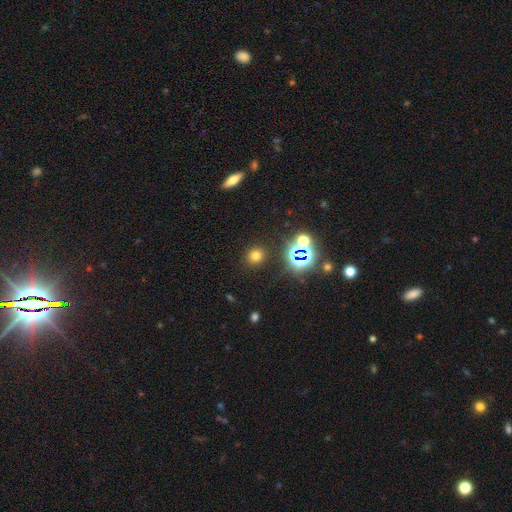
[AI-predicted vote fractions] smooth 69%, star or artifact 24%, featured or disk 7%. Down the decision tree: how rounded — round (87%); merging — none (88%).